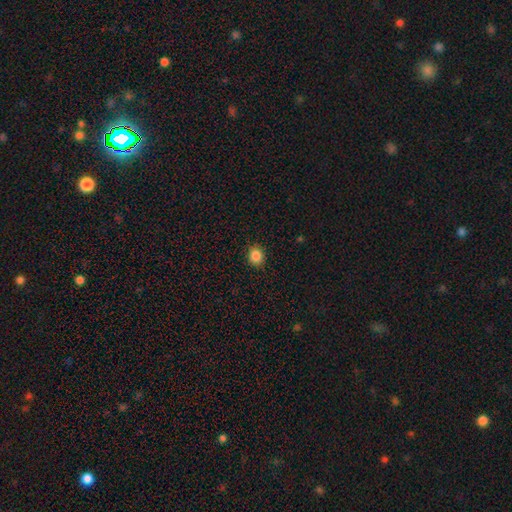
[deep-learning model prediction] A smooth galaxy with no disk features (85%) that is round (75%). Merging: none (90%).